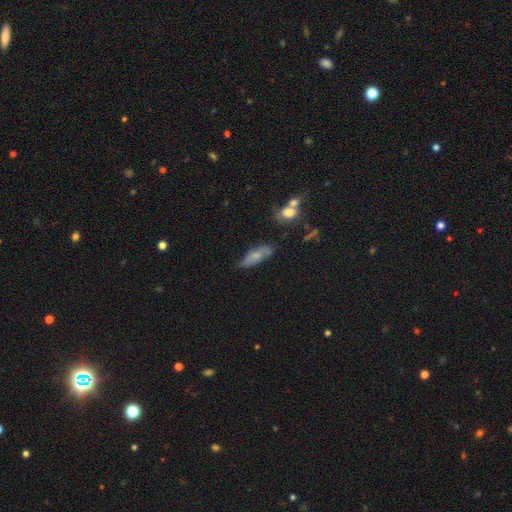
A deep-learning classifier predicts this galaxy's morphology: This appears to be a smooth galaxy with no disk features (61%) that is in between round and cigar-shaped (63%). Merging: none (60%).